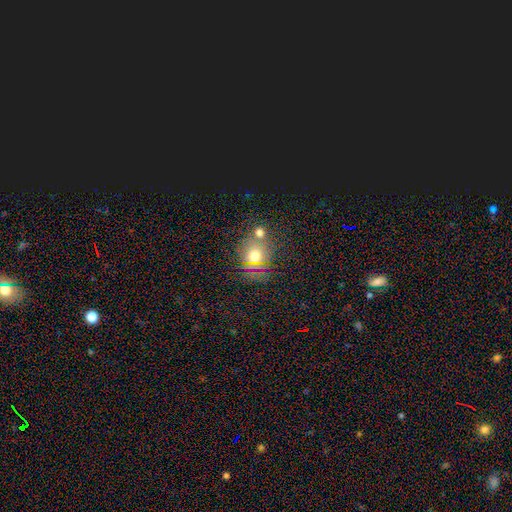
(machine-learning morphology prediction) smooth_or_featured: smooth (p=0.60) [alt: star or artifact p=0.27]
how_rounded: round (p=0.75) [alt: in between p=0.23]
merging: none (p=0.67) [alt: merger p=0.17]